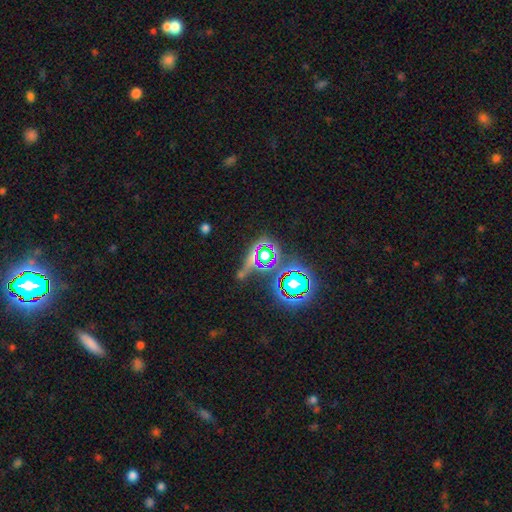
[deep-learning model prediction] The model was most divided on "smooth or featured": star or artifact: 70%, smooth: 18%, featured or disk: 12%.